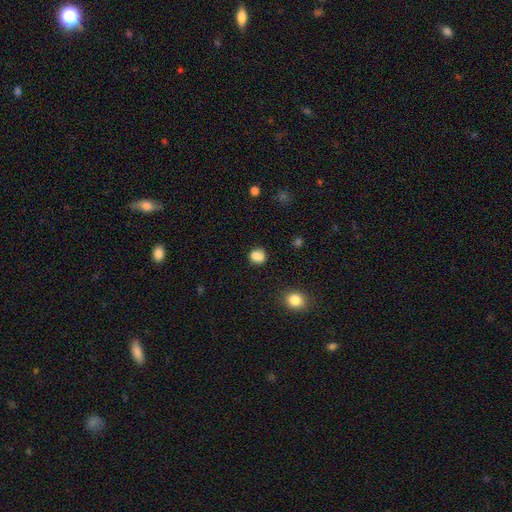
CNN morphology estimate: smooth_or_featured: smooth (p=0.83) [alt: star or artifact p=0.11]
how_rounded: round (p=0.77) [alt: in between p=0.21]
merging: none (p=0.74) [alt: minor disturbance p=0.15]